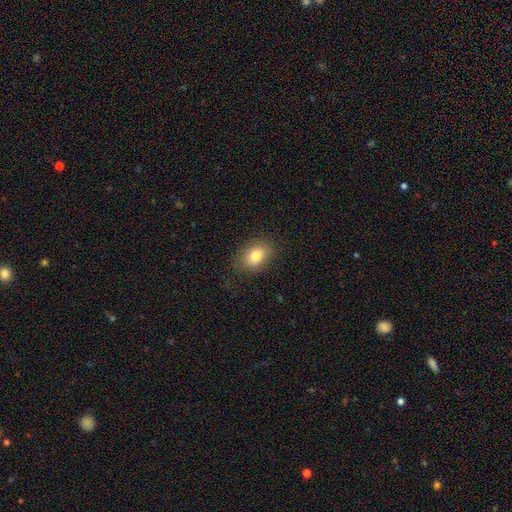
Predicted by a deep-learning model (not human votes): smooth_or_featured: smooth (p=0.80) [alt: featured or disk p=0.10]
how_rounded: in between (p=0.75) [alt: round p=0.23]
merging: none (p=0.81) [alt: minor disturbance p=0.13]